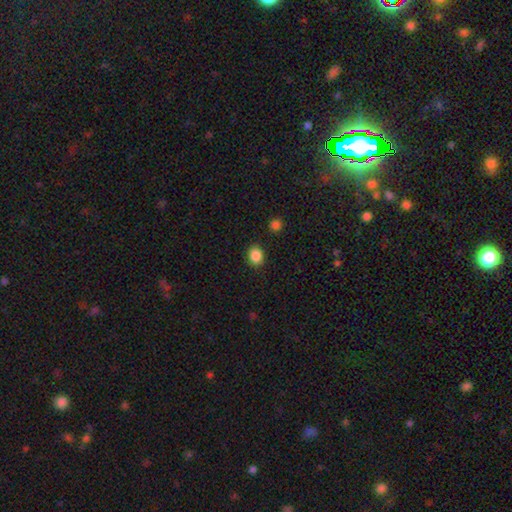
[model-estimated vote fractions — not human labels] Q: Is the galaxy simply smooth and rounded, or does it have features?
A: smooth — 87%.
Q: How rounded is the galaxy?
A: round — 51%.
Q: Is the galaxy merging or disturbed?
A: none — 87%.